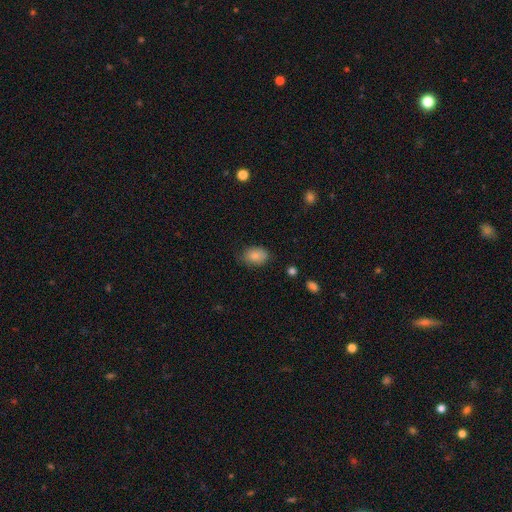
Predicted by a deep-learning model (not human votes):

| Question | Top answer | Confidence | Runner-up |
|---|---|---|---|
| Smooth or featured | smooth | 85% | star or artifact (8%) |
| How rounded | in between | 77% | round (22%) |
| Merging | none | 74% | minor disturbance (21%) |